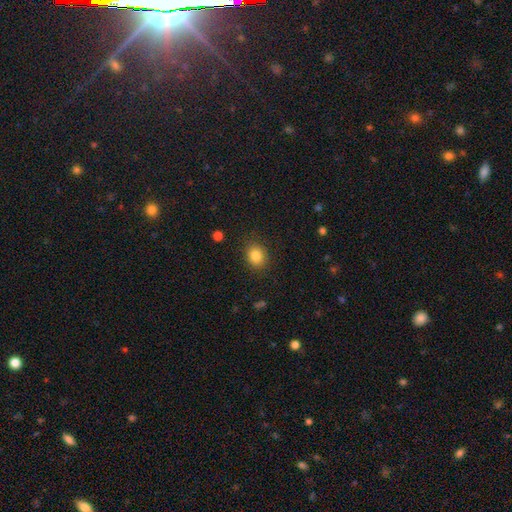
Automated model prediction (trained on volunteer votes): Smooth or featured?
  - smooth: 83% *
  - star or artifact: 10%
  - featured or disk: 6%
How rounded?
  - round: 62% *
  - in between: 38%
  - cigar-shaped: 1%
Merging?
  - none: 87% *
  - minor disturbance: 9%
  - major disturbance: 3%
  - merger: 1%